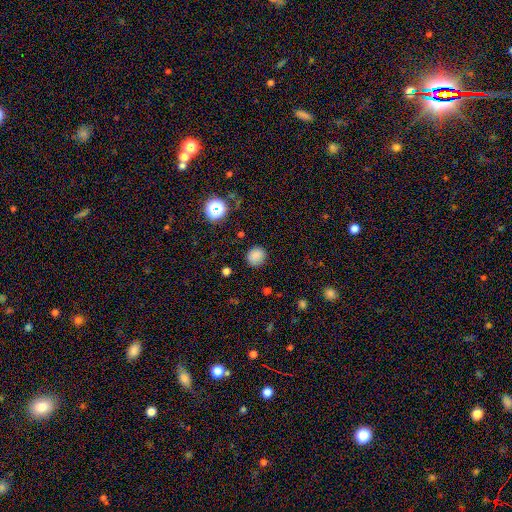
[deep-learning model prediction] Overall: smooth (82%). How rounded: round (83%). Merging: none (85%).